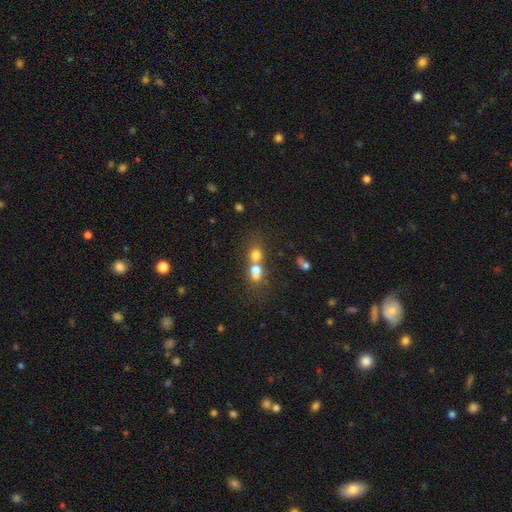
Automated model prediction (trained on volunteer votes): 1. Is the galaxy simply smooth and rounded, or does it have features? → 69% smooth, 18% featured or disk, 14% star or artifact.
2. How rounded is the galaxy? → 61% round, 36% in between, 3% cigar-shaped.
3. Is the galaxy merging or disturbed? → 66% merger, 24% none, 6% minor disturbance, 4% major disturbance.